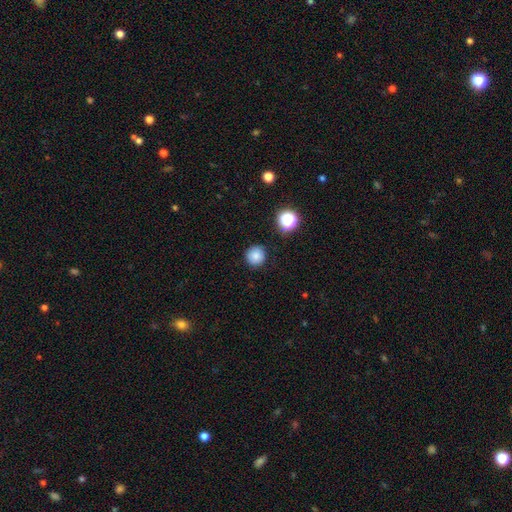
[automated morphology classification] Overall: smooth (82%). How rounded: round (94%). Merging: none (88%).